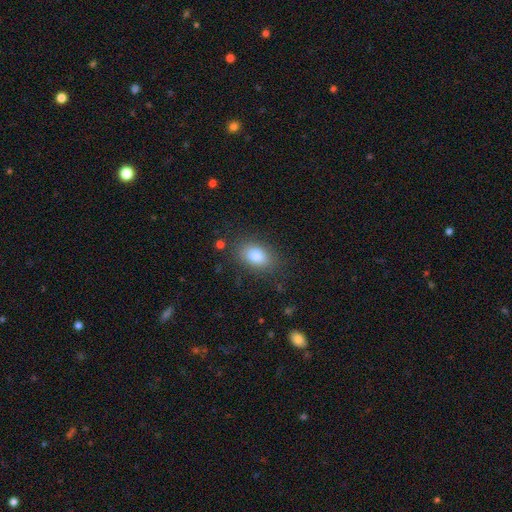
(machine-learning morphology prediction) Smooth or featured: smooth — 85% (star or artifact — 8%)
How rounded: in between — 86% (round — 12%)
Merging: none — 81% (minor disturbance — 13%)